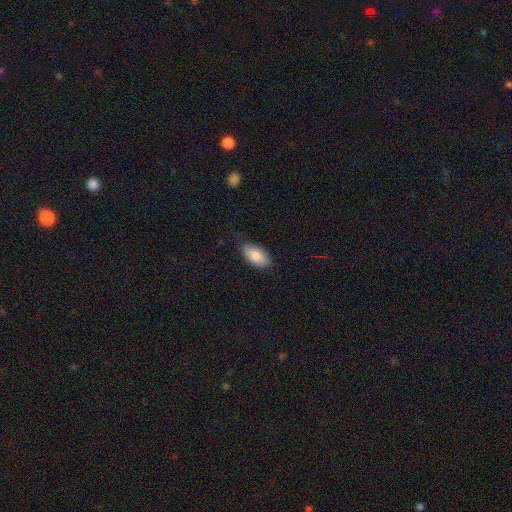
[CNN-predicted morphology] Smooth or featured? Predicted: smooth (p=0.85). How rounded? Predicted: in between (p=0.94). Merging? Predicted: none (p=0.72).